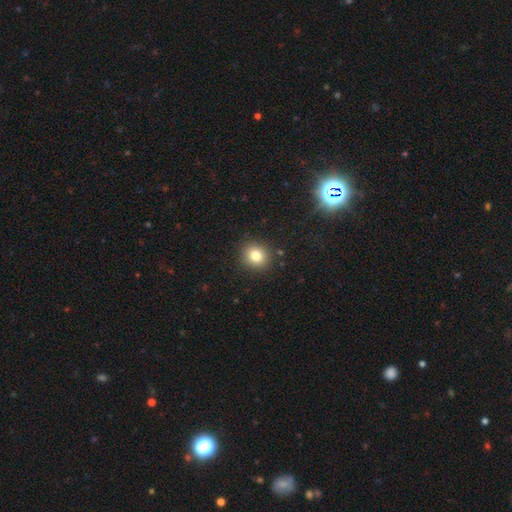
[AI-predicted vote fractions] smooth_or_featured: smooth (p=0.80) [alt: star or artifact p=0.12]
how_rounded: round (p=0.84) [alt: in between p=0.15]
merging: none (p=0.89) [alt: minor disturbance p=0.07]